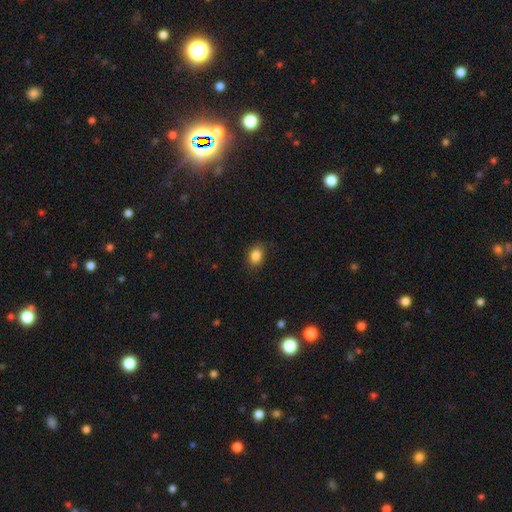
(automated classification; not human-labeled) Smooth or featured? smooth (86%)
How rounded? in between (71%)
Merging? none (83%)